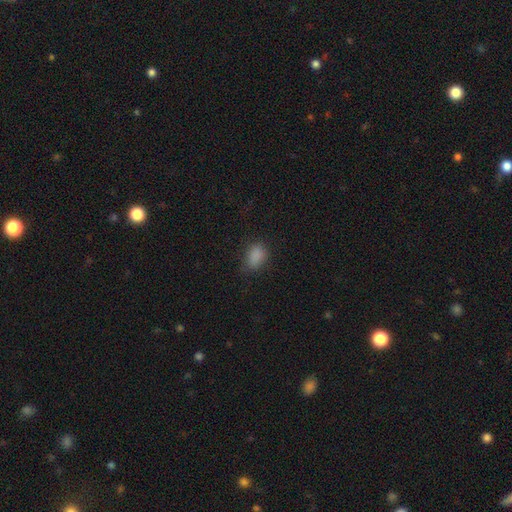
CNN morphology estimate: A smooth galaxy with no disk features (83%) that is in between round and cigar-shaped (78%). Merging: none (70%).